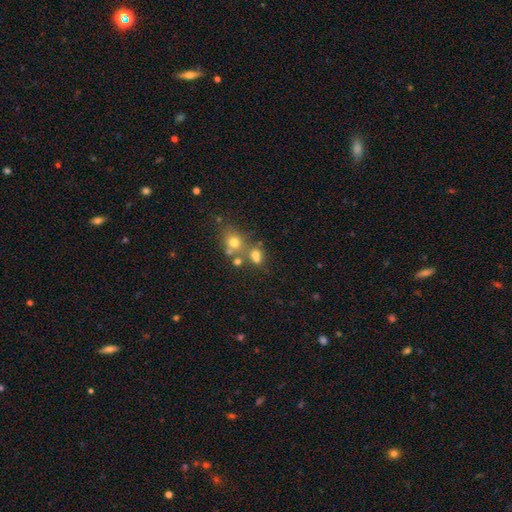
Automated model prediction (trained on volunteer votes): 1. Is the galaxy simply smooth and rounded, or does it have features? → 65% smooth, 19% star or artifact, 16% featured or disk.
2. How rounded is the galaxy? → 59% round, 39% in between, 2% cigar-shaped.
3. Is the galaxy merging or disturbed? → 42% none, 41% merger, 11% minor disturbance, 7% major disturbance.